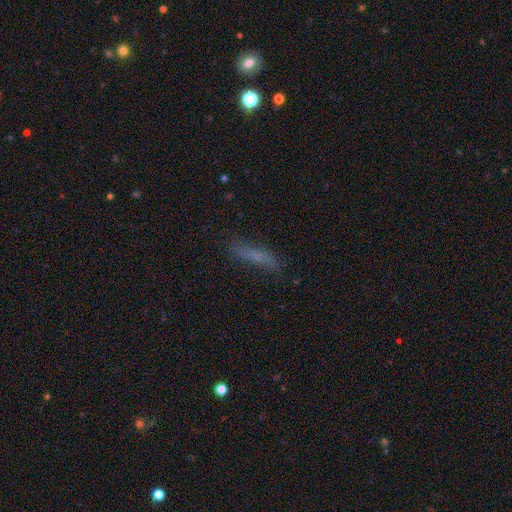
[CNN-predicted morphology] Q: Smooth or featured?
A: smooth (63%); runner-up: featured or disk (25%)
Q: How rounded?
A: cigar-shaped (82%); runner-up: in between (16%)
Q: Merging?
A: none (75%); runner-up: minor disturbance (18%)